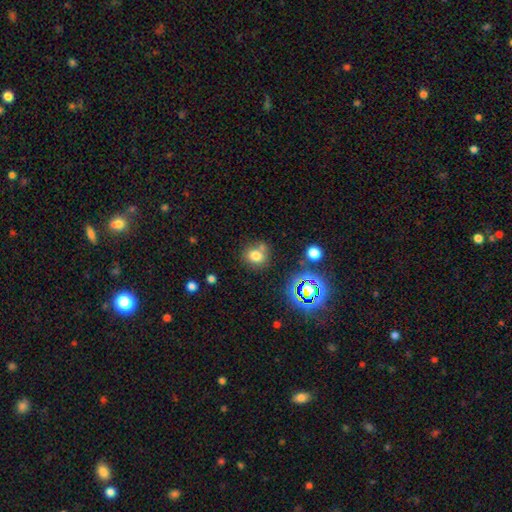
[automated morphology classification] type=smooth (72%); roundness=round (73%); merging=none (62%).